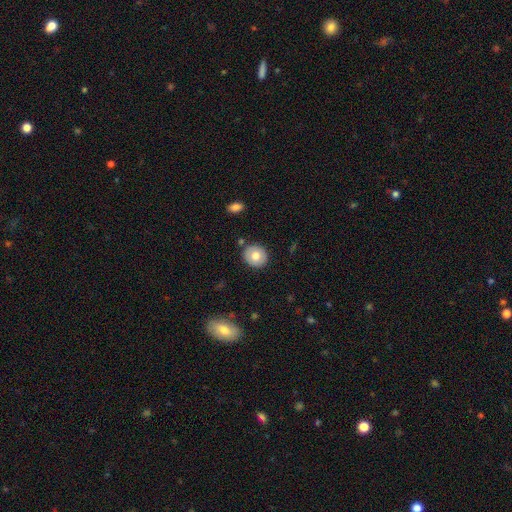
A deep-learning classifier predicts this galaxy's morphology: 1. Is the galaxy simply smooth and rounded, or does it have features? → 74% smooth, 18% featured or disk, 8% star or artifact.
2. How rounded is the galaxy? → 81% round, 18% in between, 1% cigar-shaped.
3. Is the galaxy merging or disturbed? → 87% none, 8% minor disturbance, 3% merger, 2% major disturbance.